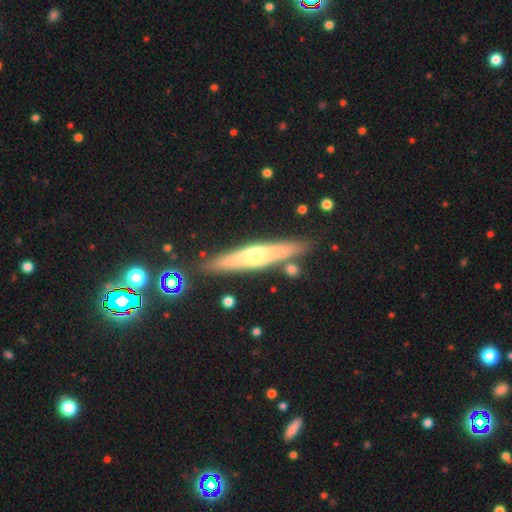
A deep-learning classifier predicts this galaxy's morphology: type=featured or disk (55%); edge-on=yes (92%); edge-on bulge=rounded (82%); merging=none (84%).